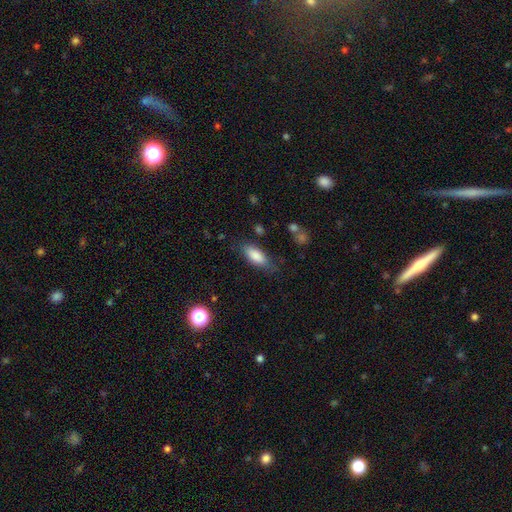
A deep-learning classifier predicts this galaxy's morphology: Smooth or featured: smooth — 85% (featured or disk — 8%)
How rounded: in between — 81% (cigar-shaped — 17%)
Merging: none — 72% (minor disturbance — 20%)